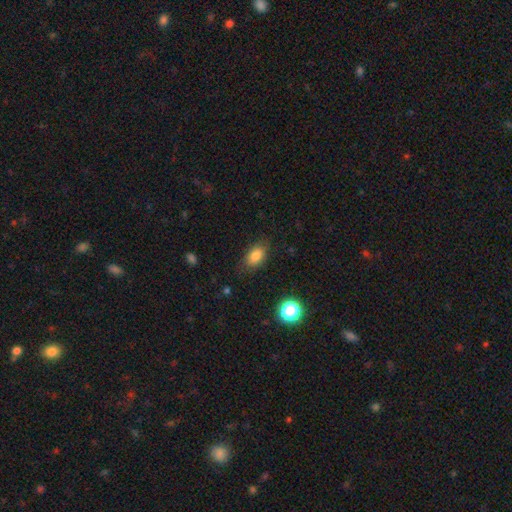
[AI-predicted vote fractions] Smooth or featured? smooth (82%)
How rounded? in between (85%)
Merging? none (79%)